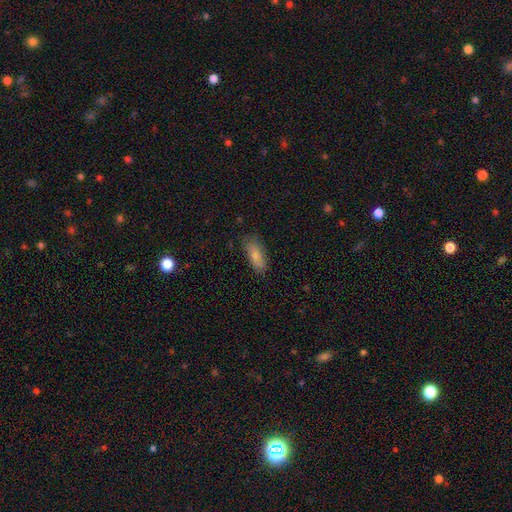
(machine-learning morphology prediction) A smooth galaxy with no disk features (82%) that is in between round and cigar-shaped (76%).

Vote fractions:
- Smooth or featured? smooth: 82% / featured or disk: 12% / star or artifact: 7%
- How rounded? in between: 76% / cigar-shaped: 22% / round: 2%
- Merging? none: 76% / minor disturbance: 18% / major disturbance: 4% / merger: 1%